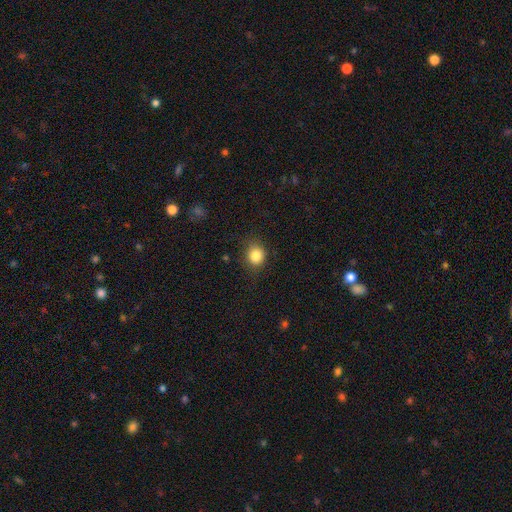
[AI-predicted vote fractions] The model was most divided on "how rounded": round: 78%, in between: 21%, cigar-shaped: 1%. More confident: smooth or featured — smooth (84%); merging — none (80%).